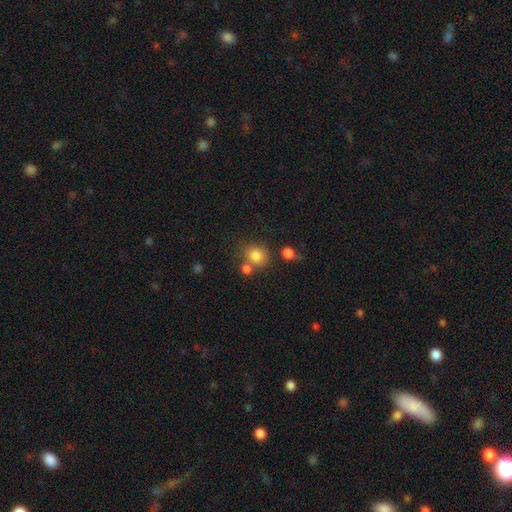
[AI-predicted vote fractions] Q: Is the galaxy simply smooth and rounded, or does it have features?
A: smooth — 81%.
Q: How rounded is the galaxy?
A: round — 81%.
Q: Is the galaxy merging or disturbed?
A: none — 62%.